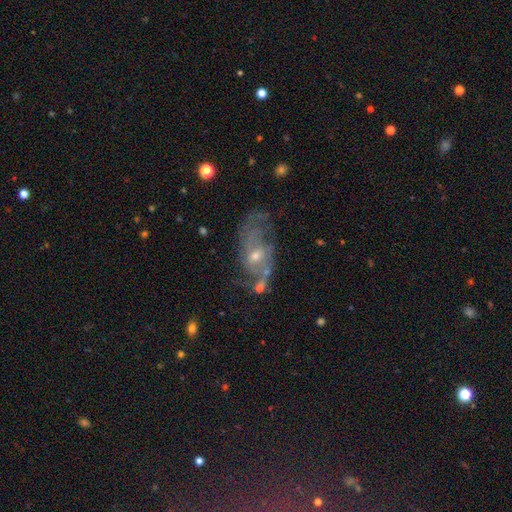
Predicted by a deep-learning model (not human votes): Morphology: type=featured or disk (71%); edge-on=no (92%); bar=no (60%); spiral arms=yes (82%); winding=medium (43%); arm count=2 (53%); bulge=small (51%); merging=none (56%).